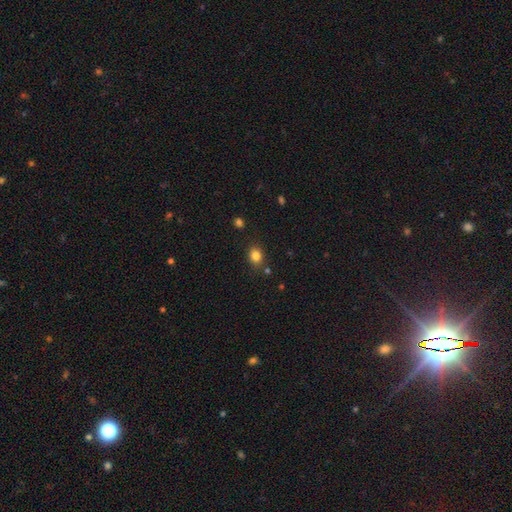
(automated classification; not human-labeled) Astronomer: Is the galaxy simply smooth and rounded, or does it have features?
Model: smooth — 83%.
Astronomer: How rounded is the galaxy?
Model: round — 53% (runner-up: in between, 46%).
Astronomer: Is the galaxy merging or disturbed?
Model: none — 82%.